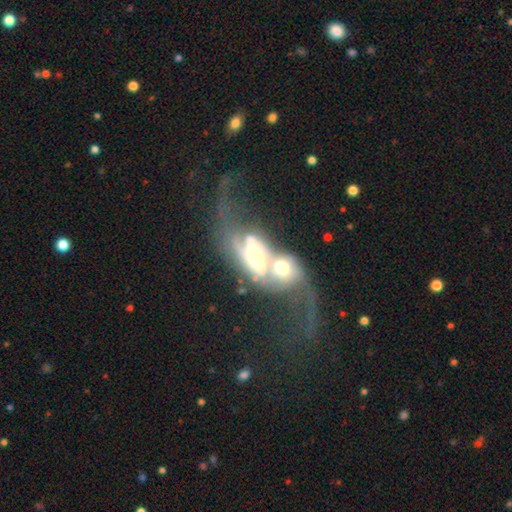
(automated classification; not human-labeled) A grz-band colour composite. It shows a featured or disk galaxy (76%) with no bar (43%), 2 (73%) loose (78%) spiral arms (80%) and a moderate central bulge (47%). Merging: merger (77%).